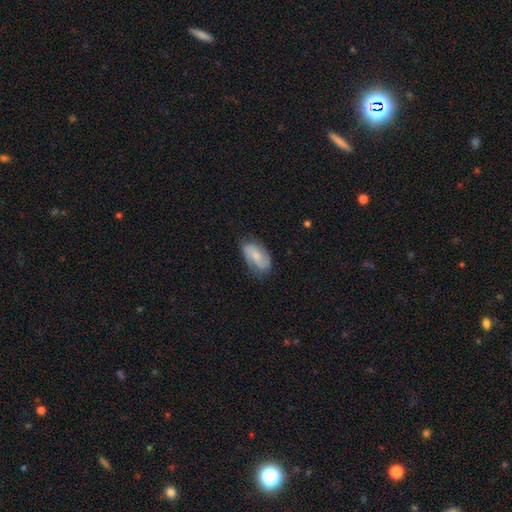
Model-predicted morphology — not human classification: This appears to be a featured or disk galaxy (56%) with no bar (52%), spiral arms (90%) and a small central bulge (46%). Merging: none (69%).